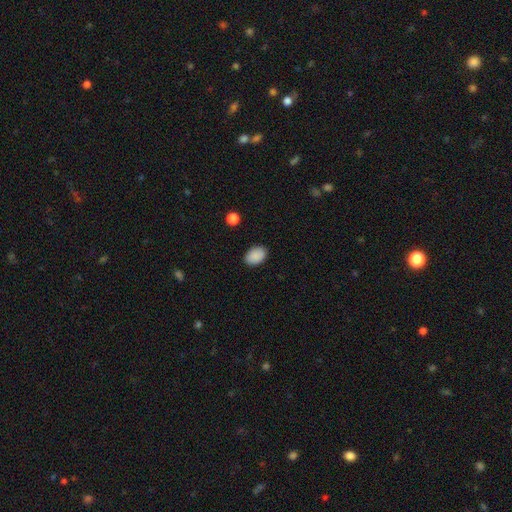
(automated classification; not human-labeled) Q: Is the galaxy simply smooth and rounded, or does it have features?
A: smooth — 90%.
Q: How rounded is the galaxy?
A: in between — 86%.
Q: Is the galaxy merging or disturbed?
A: none — 88%.